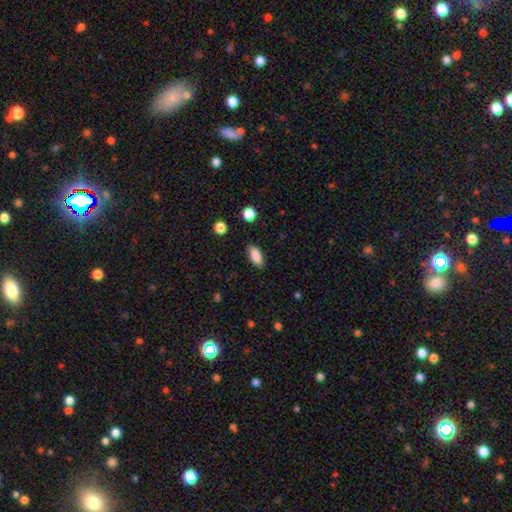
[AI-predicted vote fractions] This is clearly a smooth galaxy (86%). How rounded: clearly in between (86%). Merging: clearly none (86%).